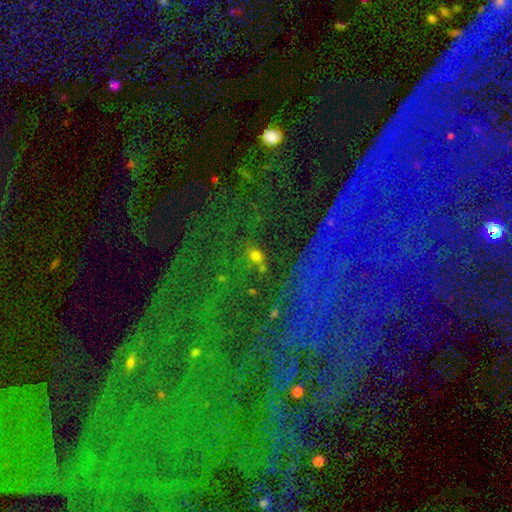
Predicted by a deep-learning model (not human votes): Smooth or featured? Predicted: smooth (p=0.46). Merging? Predicted: none (p=0.57).